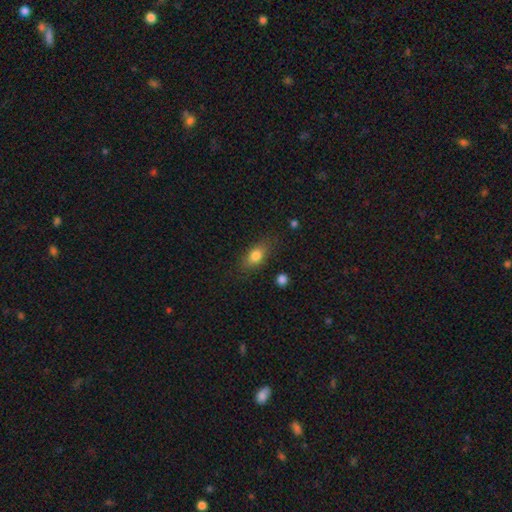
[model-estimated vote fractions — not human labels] The model was most divided on "merging": none: 78%, minor disturbance: 16%, major disturbance: 4%, merger: 2%. More confident: smooth or featured — smooth (78%); how rounded — in between (77%).